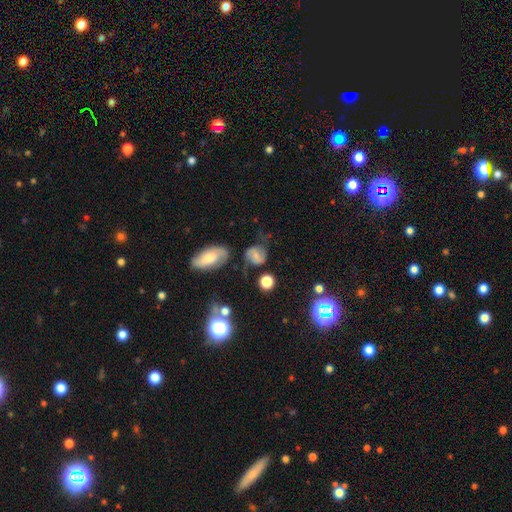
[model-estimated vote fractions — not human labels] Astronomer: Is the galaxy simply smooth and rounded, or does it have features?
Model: featured or disk — 51% (runner-up: smooth, 36%).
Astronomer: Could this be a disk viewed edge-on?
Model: no — 96%.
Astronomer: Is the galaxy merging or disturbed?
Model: none — 57%.